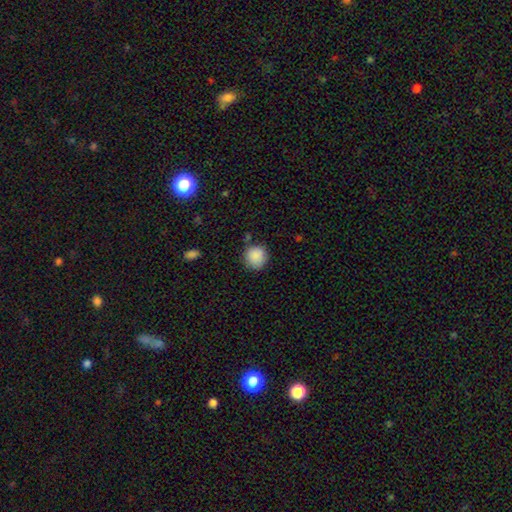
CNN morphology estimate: Smooth or featured: smooth — 88% (star or artifact — 8%)
How rounded: round — 92% (in between — 7%)
Merging: none — 82% (minor disturbance — 12%)